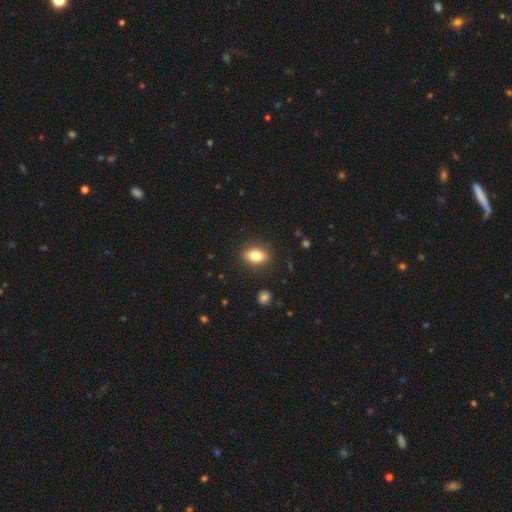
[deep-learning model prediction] Smooth or featured? smooth (81%)
How rounded? in between (80%)
Merging? none (88%)